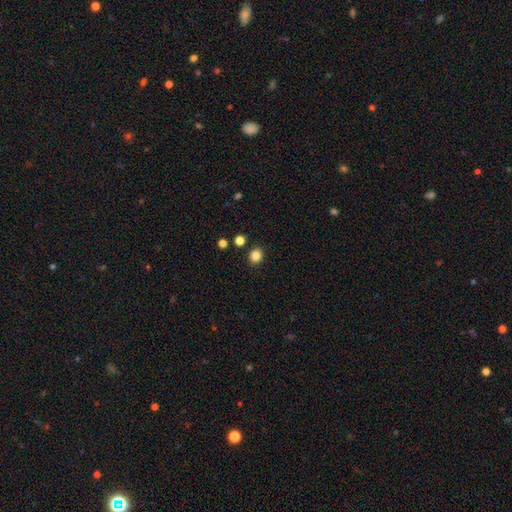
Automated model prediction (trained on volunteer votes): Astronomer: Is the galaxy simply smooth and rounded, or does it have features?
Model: smooth — 84%.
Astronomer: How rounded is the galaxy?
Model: round — 76%.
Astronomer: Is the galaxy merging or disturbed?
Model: none — 89%.